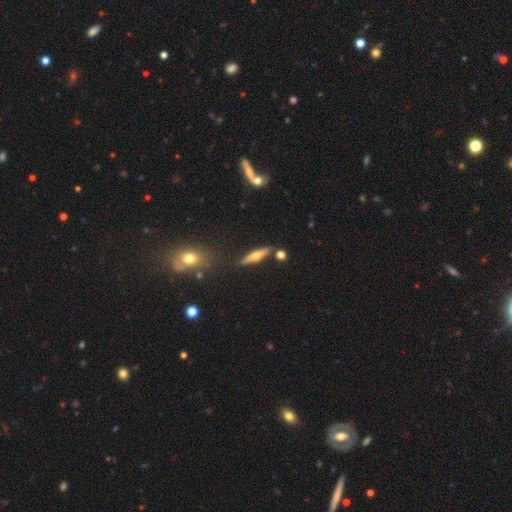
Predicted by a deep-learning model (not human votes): featured or disk 53%, smooth 39%, star or artifact 8%. Down the decision tree: edge-on disk — yes (93%); merging — none (82%).